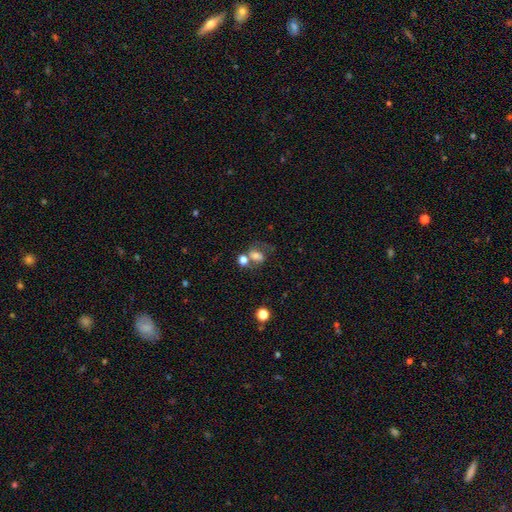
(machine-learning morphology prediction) smooth 64%, featured or disk 22%, star or artifact 14%. Down the decision tree: how rounded — in between (62%); merging — merger (41%).